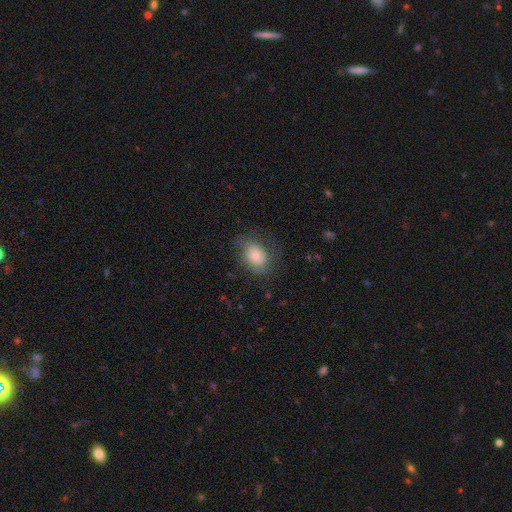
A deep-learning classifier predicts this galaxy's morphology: Smooth or featured? smooth (74%)
How rounded? in between (74%)
Merging? none (64%)